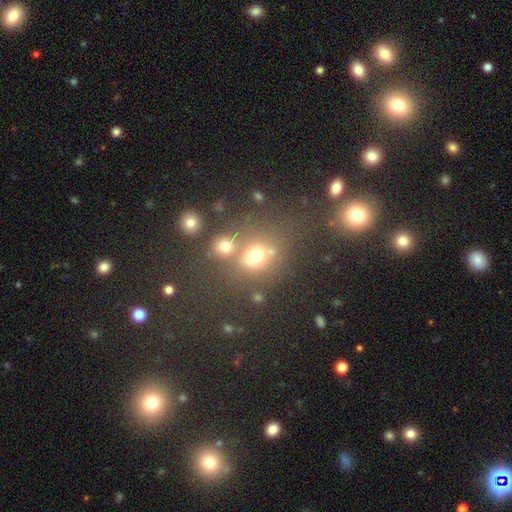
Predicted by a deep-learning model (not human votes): smooth_or_featured: smooth (p=0.64) [alt: star or artifact p=0.24]
how_rounded: round (p=0.67) [alt: in between p=0.31]
merging: none (p=0.53) [alt: merger p=0.27]